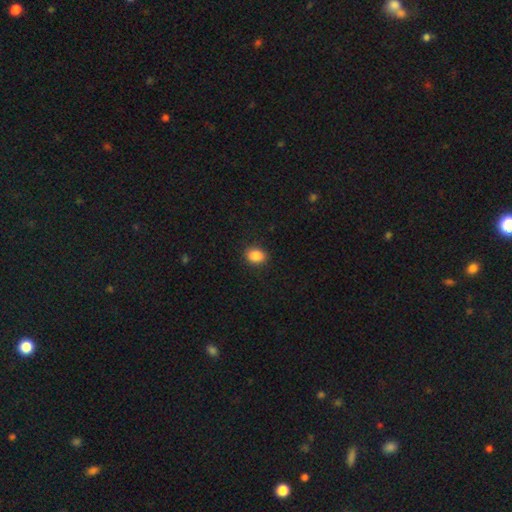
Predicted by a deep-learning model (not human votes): This appears to be a smooth galaxy with no disk features (87%) that is in between round and cigar-shaped (60%). Merging: none (89%).